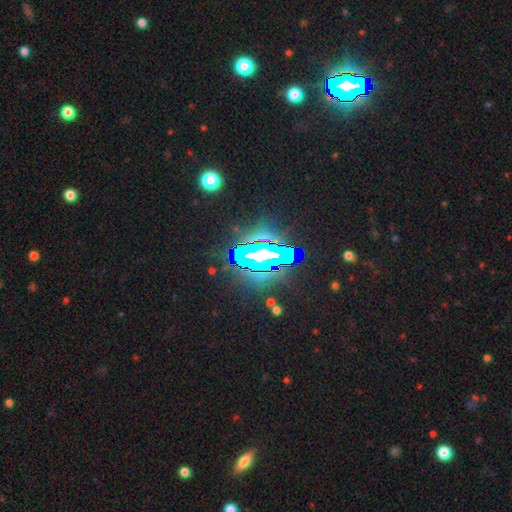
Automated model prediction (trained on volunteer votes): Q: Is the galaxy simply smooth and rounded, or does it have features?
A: star or artifact — 83%.